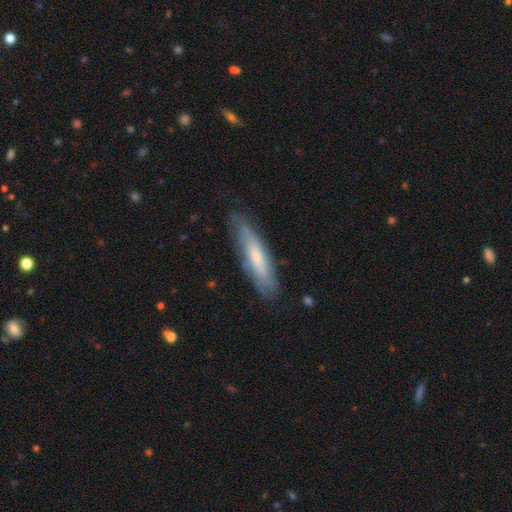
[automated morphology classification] Smooth or featured?
  - featured or disk: 47% *
  - smooth: 45%
  - star or artifact: 8%
Merging?
  - none: 82% *
  - minor disturbance: 14%
  - major disturbance: 3%
  - merger: 1%